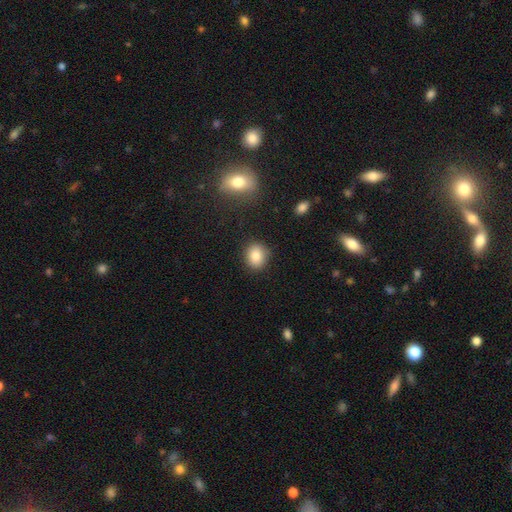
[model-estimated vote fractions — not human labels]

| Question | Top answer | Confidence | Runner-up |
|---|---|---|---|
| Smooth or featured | smooth | 84% | star or artifact (9%) |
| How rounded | round | 66% | in between (32%) |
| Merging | none | 86% | minor disturbance (10%) |